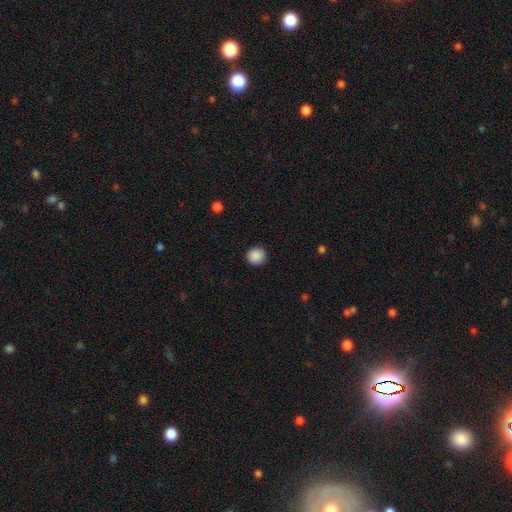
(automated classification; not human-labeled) Smooth or featured?
  - smooth: 89% *
  - star or artifact: 9%
  - featured or disk: 2%
How rounded?
  - round: 93% *
  - in between: 6%
  - cigar-shaped: 1%
Merging?
  - none: 91% *
  - minor disturbance: 6%
  - major disturbance: 2%
  - merger: 1%